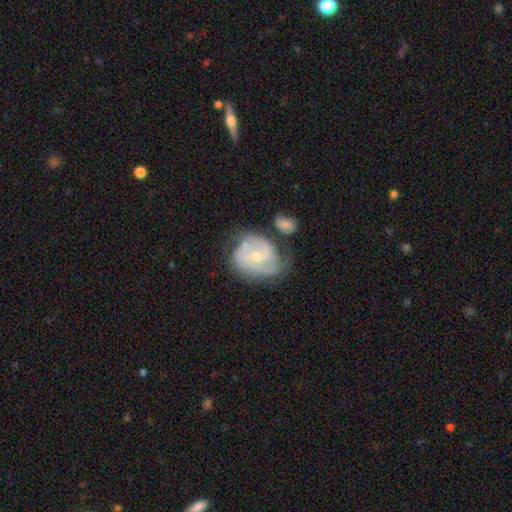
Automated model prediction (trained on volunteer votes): This is likely a featured or disk galaxy (79%). It is clearly not viewed edge-on (97%). Bar: likely no (65%). Spiral arm pattern: clearly yes (89%). Spiral arm count: marginally 2 (43%). Spiral winding: possibly tight (56%). Central bulge: possibly small (54%). Merging: possibly none (48%).